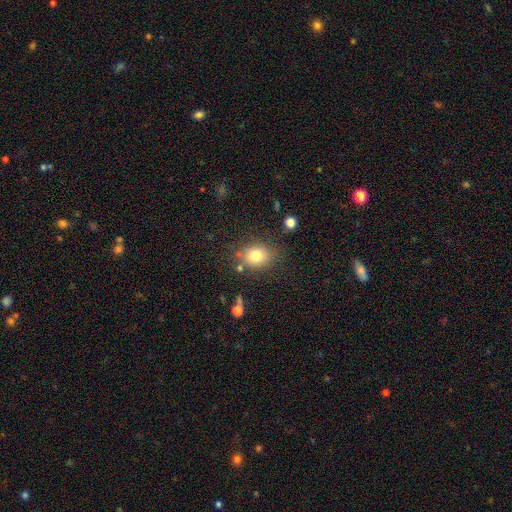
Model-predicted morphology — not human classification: Smooth or featured: smooth — 79% (star or artifact — 11%)
How rounded: round — 56% (in between — 43%)
Merging: none — 75% (minor disturbance — 14%)